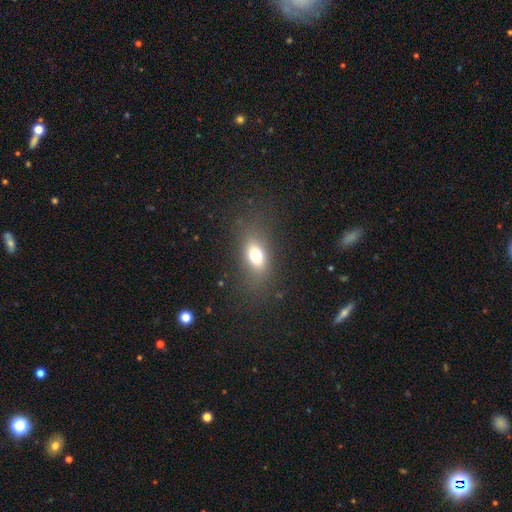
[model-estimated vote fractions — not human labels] smooth-or-featured: smooth: 71% | featured or disk: 16% | star or artifact: 13%
  how-rounded: in between: 75% | round: 17% | cigar-shaped: 8%
  merging: none: 79% | minor disturbance: 12% | major disturbance: 8% | merger: 1%